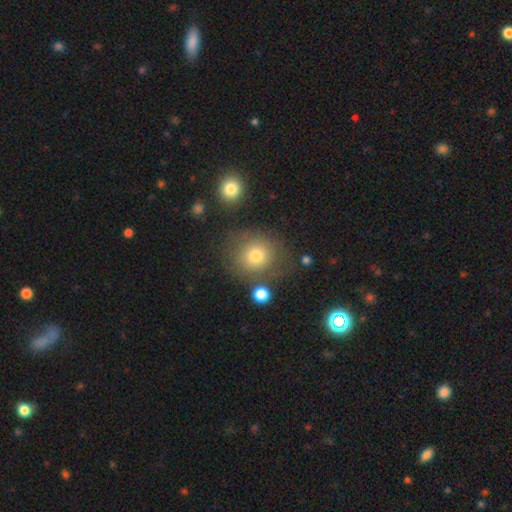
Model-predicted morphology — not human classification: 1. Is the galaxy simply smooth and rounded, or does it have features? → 75% smooth, 12% featured or disk, 12% star or artifact.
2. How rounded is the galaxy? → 82% round, 17% in between, 1% cigar-shaped.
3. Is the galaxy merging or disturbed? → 71% none, 15% minor disturbance, 7% merger, 7% major disturbance.